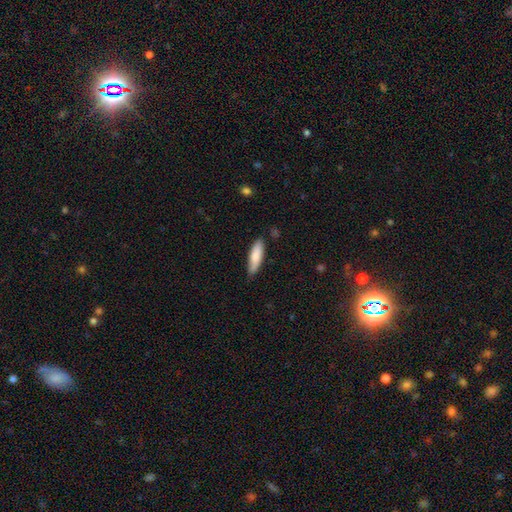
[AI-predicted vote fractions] smooth-or-featured: smooth: 81% | featured or disk: 14% | star or artifact: 5%
  how-rounded: cigar-shaped: 60% | in between: 39% | round: 2%
  merging: none: 81% | minor disturbance: 15% | major disturbance: 2% | merger: 2%